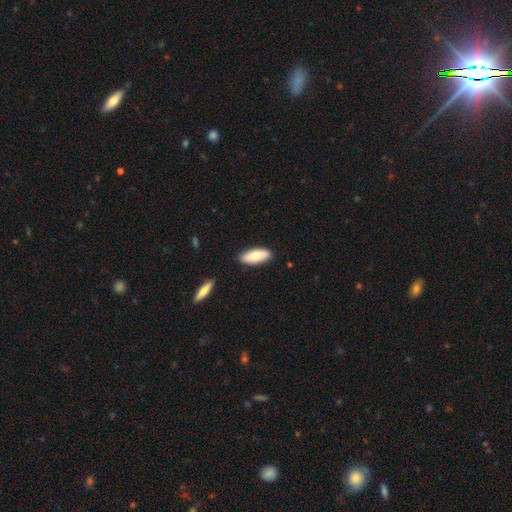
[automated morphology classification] The model was most divided on "smooth or featured": smooth: 77%, featured or disk: 17%, star or artifact: 6%. More confident: merging — none (87%); how rounded — in between (82%).